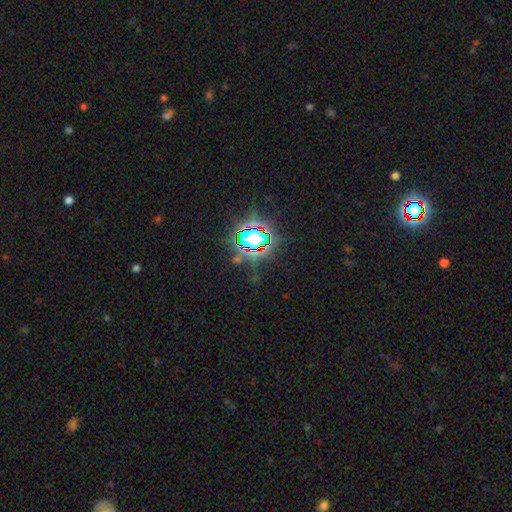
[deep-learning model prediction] A star or artifact, not a galaxy (82%).

Vote fractions:
- Smooth or featured? star or artifact: 82% / smooth: 11% / featured or disk: 7%